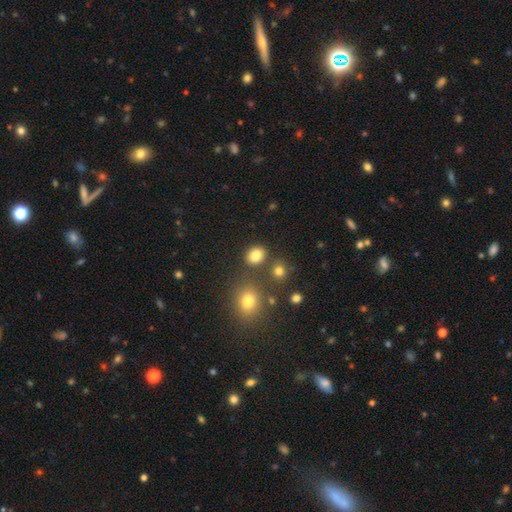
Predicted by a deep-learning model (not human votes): Overall: smooth (82%). How rounded: round (60%; in between 39%). Merging: none (78%).